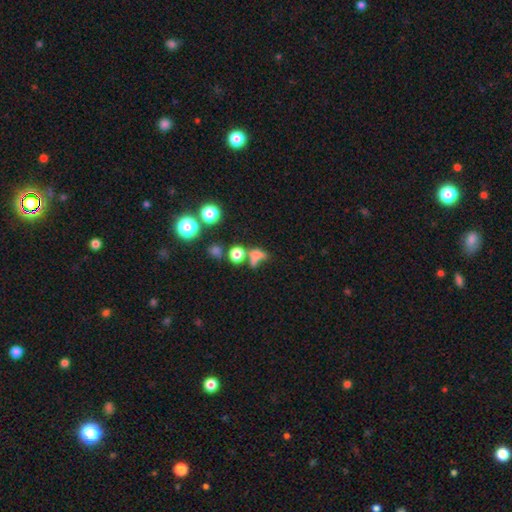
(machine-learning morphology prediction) Smooth or featured? smooth (61%)
How rounded? in between (47%)
Merging? merger (35%)